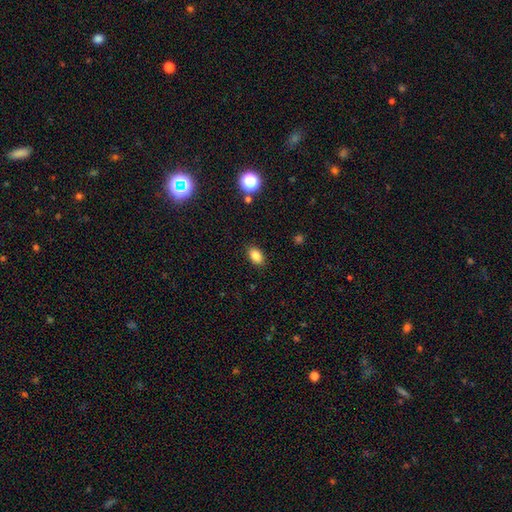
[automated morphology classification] The model was most divided on "how rounded": in between: 85%, round: 13%, cigar-shaped: 1%. More confident: merging — none (88%); smooth or featured — smooth (84%).